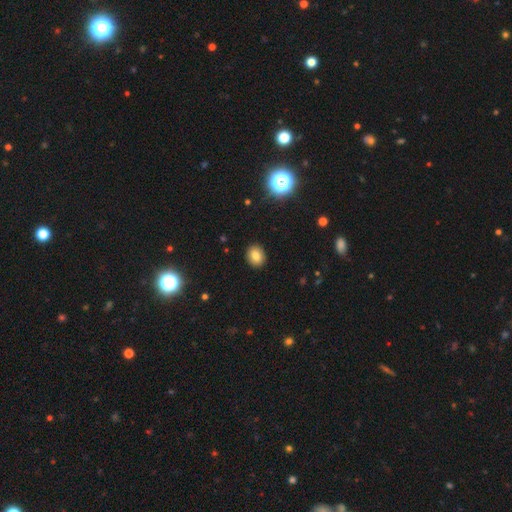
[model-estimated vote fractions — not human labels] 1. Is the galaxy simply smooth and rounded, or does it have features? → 81% smooth, 12% star or artifact, 8% featured or disk.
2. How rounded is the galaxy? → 63% round, 36% in between, 1% cigar-shaped.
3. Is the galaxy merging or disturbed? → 91% none, 6% minor disturbance, 2% major disturbance, 1% merger.